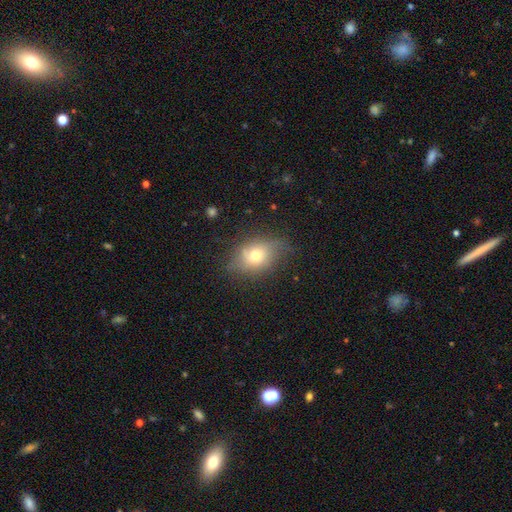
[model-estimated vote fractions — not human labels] This appears to be a smooth galaxy with no disk features (64%) that is in between round and cigar-shaped (64%). Merging: none (62%).